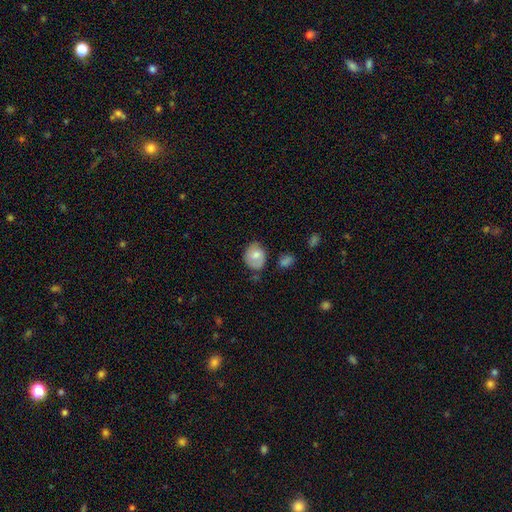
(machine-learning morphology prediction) A smooth galaxy with no disk features (66%) that is round (53%). Merging: none (58%).